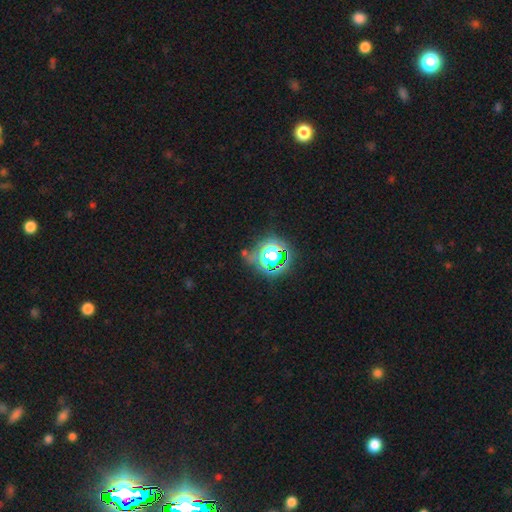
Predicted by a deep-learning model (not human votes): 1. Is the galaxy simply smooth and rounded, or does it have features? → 72% star or artifact, 19% smooth, 9% featured or disk.